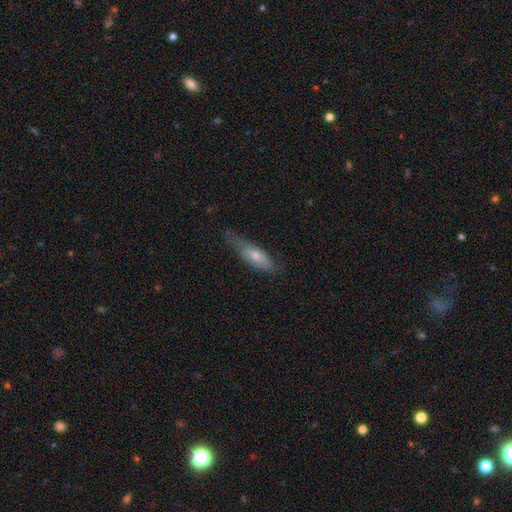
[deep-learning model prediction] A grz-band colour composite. It shows a smooth galaxy with no disk features (55%) that is cigar-shaped (57%). Merging: none (58%).